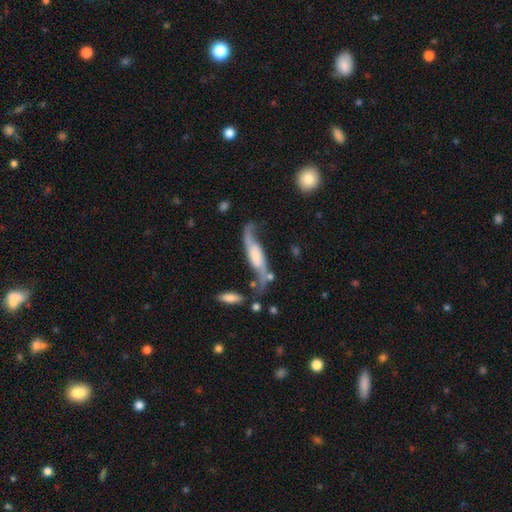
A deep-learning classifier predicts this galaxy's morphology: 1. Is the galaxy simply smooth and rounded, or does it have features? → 77% featured or disk, 17% smooth, 6% star or artifact.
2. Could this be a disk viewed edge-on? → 74% no, 26% yes.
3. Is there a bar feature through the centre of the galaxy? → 46% no, 35% weak, 19% strong.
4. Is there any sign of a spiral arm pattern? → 93% yes, 7% no.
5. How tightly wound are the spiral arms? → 81% loose, 14% medium, 5% tight.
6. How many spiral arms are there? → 90% 2, 4% can't tell, 3% 1, 1% 3, 1% 4, 1% more than 4.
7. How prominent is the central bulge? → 30% small, 29% moderate, 19% none, 18% large, 4% dominant.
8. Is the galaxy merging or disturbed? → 56% none, 22% minor disturbance, 13% major disturbance, 9% merger.